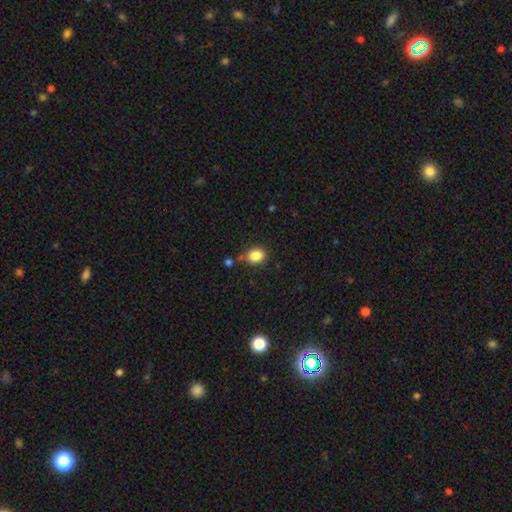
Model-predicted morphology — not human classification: type=smooth (86%); roundness=round (52%); merging=none (73%).